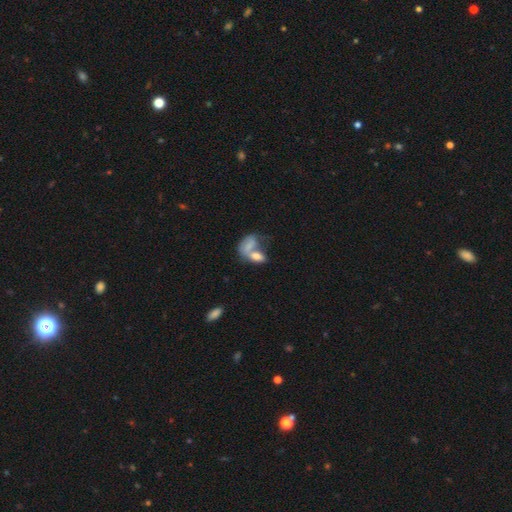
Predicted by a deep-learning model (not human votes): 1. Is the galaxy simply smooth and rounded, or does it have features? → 71% smooth, 21% featured or disk, 8% star or artifact.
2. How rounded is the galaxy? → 87% in between, 10% round, 4% cigar-shaped.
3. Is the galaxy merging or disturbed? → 64% merger, 18% none, 9% minor disturbance, 9% major disturbance.